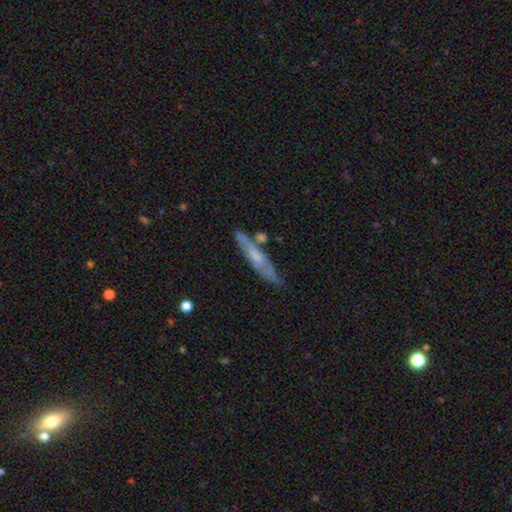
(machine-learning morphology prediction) smooth-or-featured: featured or disk: 52% | smooth: 41% | star or artifact: 7%
  disk-edge-on: yes: 70% | no: 30%
  merging: none: 63% | minor disturbance: 21% | merger: 9% | major disturbance: 7%